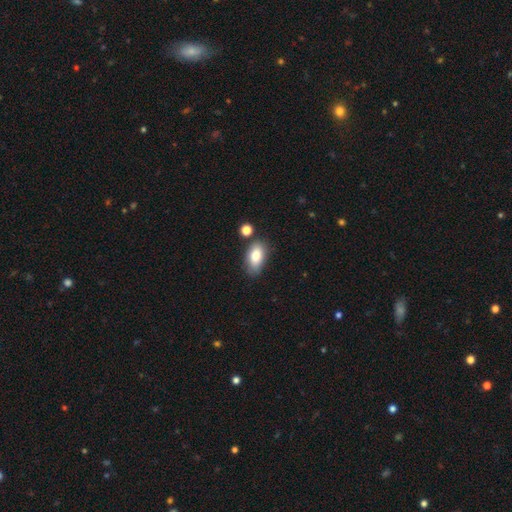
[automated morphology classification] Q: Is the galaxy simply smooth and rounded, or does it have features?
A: smooth — 82%.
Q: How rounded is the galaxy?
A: in between — 91%.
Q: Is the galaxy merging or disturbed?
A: none — 69%.